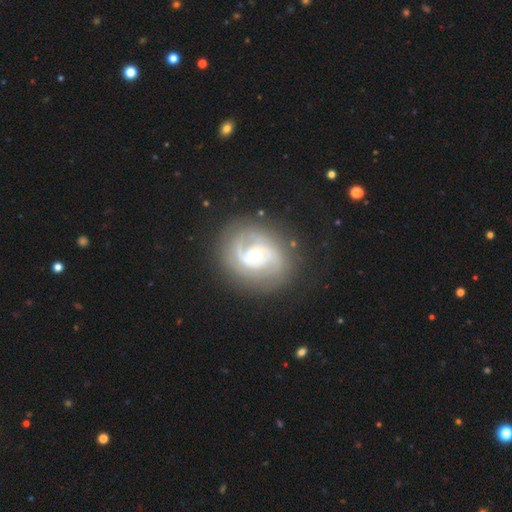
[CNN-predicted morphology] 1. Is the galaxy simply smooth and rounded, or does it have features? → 85% featured or disk, 10% smooth, 5% star or artifact.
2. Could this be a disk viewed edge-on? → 97% no, 3% yes.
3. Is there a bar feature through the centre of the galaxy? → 62% no, 29% weak, 10% strong.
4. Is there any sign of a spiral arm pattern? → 91% yes, 9% no.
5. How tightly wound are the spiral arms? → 57% tight, 33% medium, 9% loose.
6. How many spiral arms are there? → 60% 2, 16% can't tell, 12% 3, 6% 1, 3% 4, 3% more than 4.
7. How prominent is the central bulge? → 63% moderate, 31% small, 5% large, 1% dominant, 1% none.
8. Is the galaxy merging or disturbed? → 78% none, 14% minor disturbance, 7% major disturbance, 1% merger.